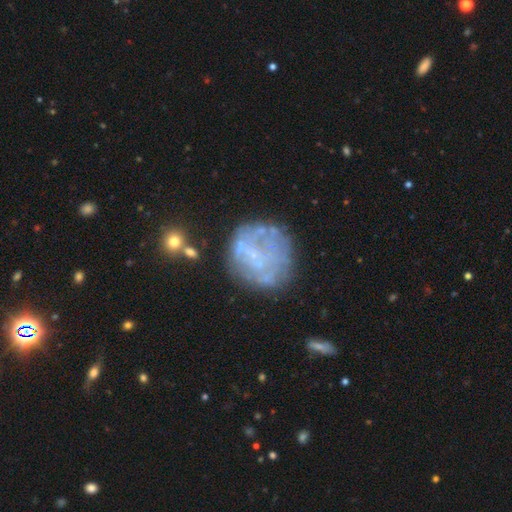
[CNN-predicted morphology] smooth-or-featured: featured or disk: 60% | smooth: 27% | star or artifact: 13%
  disk-edge-on: no: 98% | yes: 2%
    bar: no: 86% | weak: 10% | strong: 4%
    has-spiral-arms: no: 82% | yes: 18%
    bulge-size: none: 60% | small: 30% | moderate: 8% | large: 1% | dominant: 1%
  merging: none: 62% | minor disturbance: 18% | major disturbance: 14% | merger: 6%